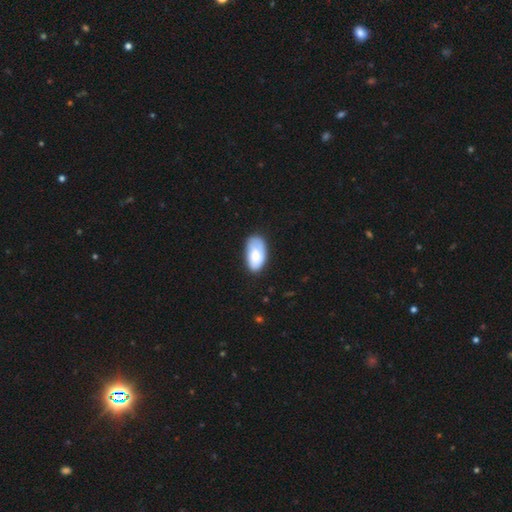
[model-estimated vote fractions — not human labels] Morphology: type=smooth (70%); roundness=in between (95%); merging=none (67%).